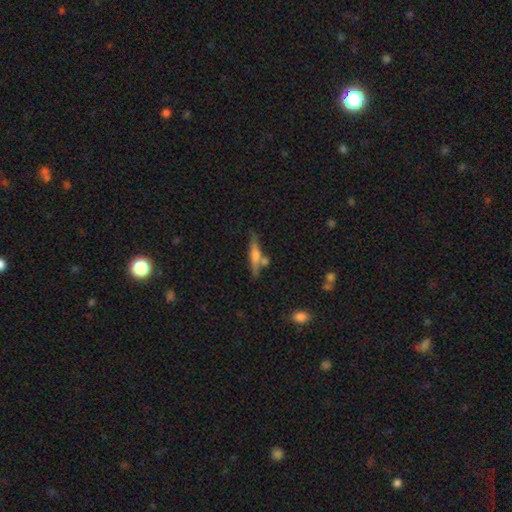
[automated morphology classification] Q: Smooth or featured?
A: featured or disk (52%); runner-up: smooth (41%)
Q: Edge-on disk?
A: yes (94%); runner-up: no (6%)
Q: Merging?
A: none (69%); runner-up: merger (14%)